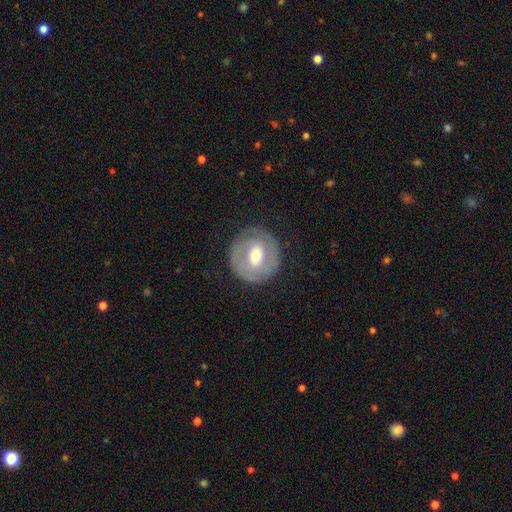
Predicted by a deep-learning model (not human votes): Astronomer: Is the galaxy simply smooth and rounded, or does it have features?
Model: featured or disk — 57% (runner-up: smooth, 37%).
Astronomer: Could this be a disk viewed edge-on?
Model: no — 95%.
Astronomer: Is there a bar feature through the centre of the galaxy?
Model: weak — 42% (runner-up: no, 38%).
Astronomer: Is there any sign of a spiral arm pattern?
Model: no — 57% (runner-up: yes, 43%).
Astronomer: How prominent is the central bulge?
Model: moderate — 66%.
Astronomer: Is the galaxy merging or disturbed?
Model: none — 80%.